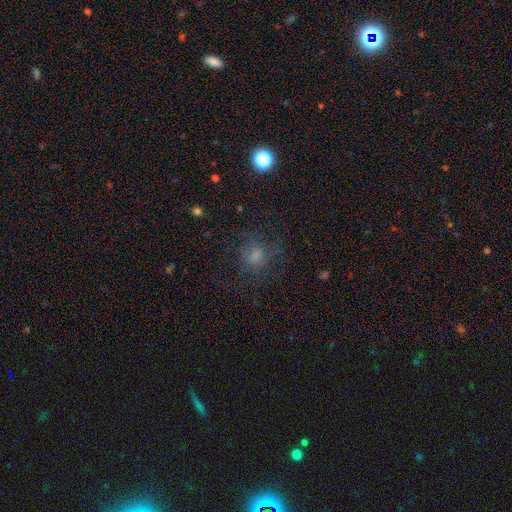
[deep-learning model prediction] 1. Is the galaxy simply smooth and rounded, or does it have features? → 60% smooth, 20% star or artifact, 20% featured or disk.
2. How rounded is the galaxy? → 74% round, 25% in between, 1% cigar-shaped.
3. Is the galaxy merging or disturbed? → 63% none, 19% major disturbance, 17% minor disturbance, 2% merger.